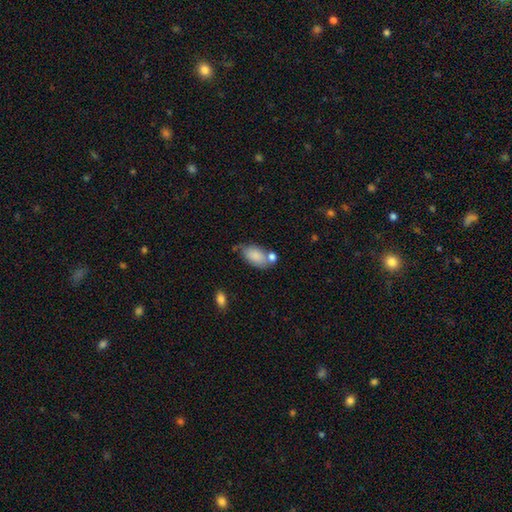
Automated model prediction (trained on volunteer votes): Q: Smooth or featured?
A: smooth (84%); runner-up: featured or disk (9%)
Q: How rounded?
A: in between (93%); runner-up: round (5%)
Q: Merging?
A: none (49%); runner-up: merger (23%)